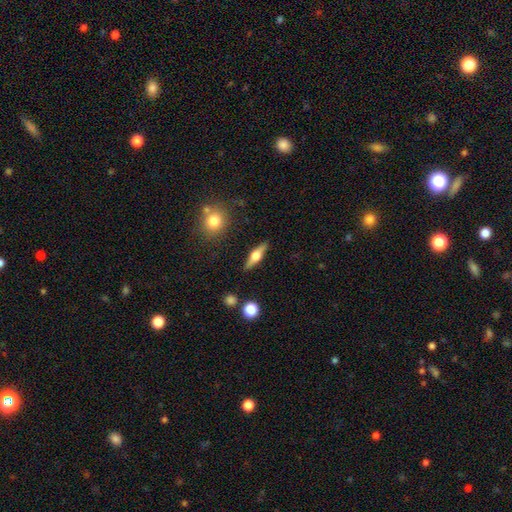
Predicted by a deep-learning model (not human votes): The model was most divided on "smooth or featured": featured or disk: 61%, smooth: 33%, star or artifact: 6%. More confident: edge-on disk — yes (95%); edge-on bulge — rounded (93%); merging — none (88%).